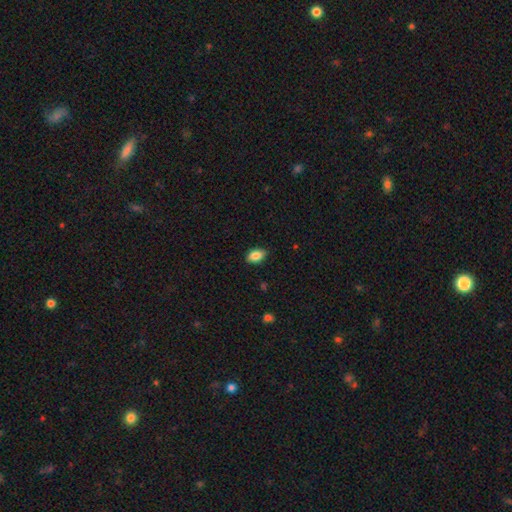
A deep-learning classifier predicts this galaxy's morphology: This appears to be a smooth galaxy with no disk features (87%) that is in between round and cigar-shaped (88%). Merging: none (85%).